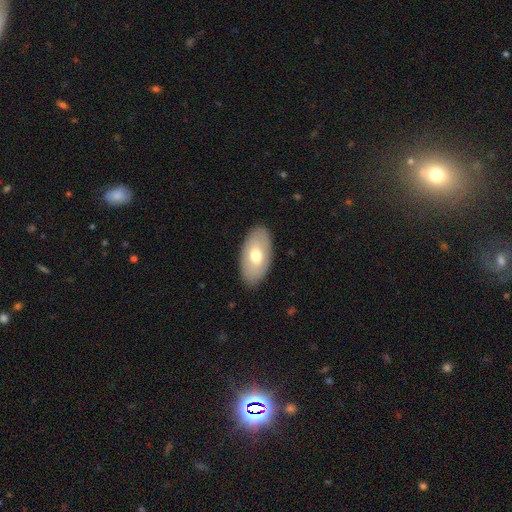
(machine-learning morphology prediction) type=smooth (64%); roundness=in between (94%); merging=none (87%).